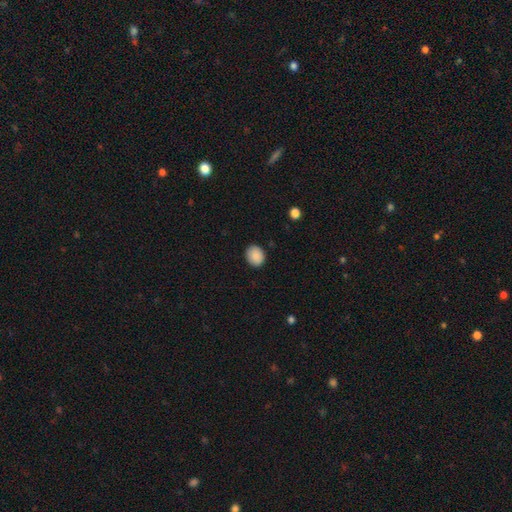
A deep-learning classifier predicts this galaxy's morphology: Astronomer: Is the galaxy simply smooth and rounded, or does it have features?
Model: smooth — 89%.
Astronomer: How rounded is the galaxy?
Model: round — 62% (runner-up: in between, 38%).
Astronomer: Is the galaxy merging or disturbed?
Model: none — 88%.